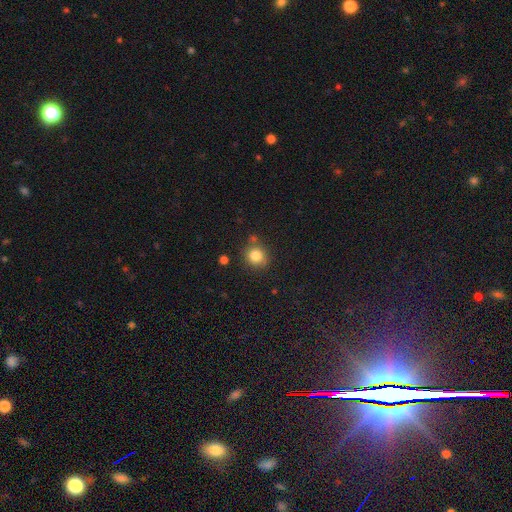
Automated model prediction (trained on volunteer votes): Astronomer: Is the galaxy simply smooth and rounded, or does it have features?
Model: smooth — 83%.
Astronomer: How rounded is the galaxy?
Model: round — 87%.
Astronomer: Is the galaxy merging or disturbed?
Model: none — 77%.